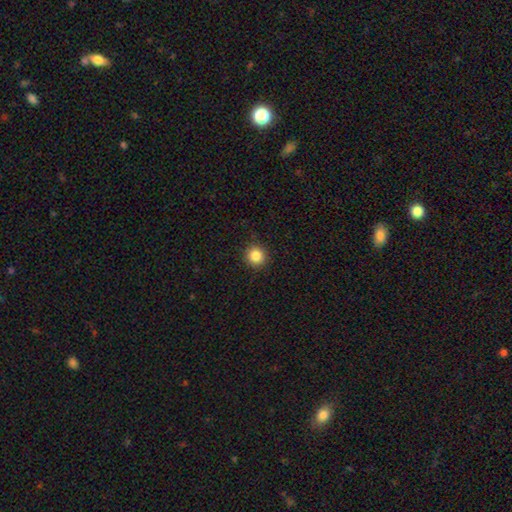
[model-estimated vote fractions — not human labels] This appears to be a smooth galaxy with no disk features (85%) that is round (91%). Merging: none (89%).